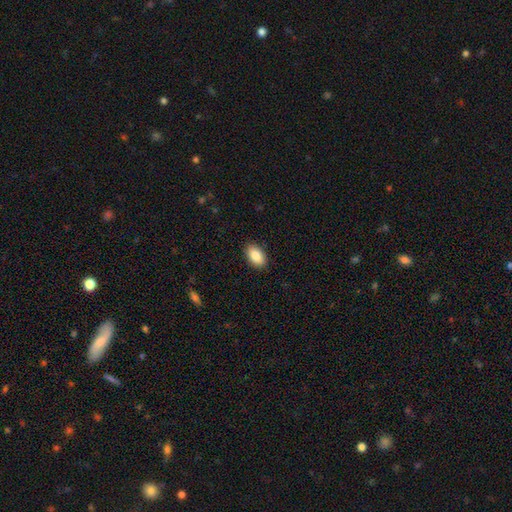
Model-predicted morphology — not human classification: The model was most divided on "smooth or featured": smooth: 86%, featured or disk: 7%, star or artifact: 7%. More confident: how rounded — in between (93%); merging — none (90%).